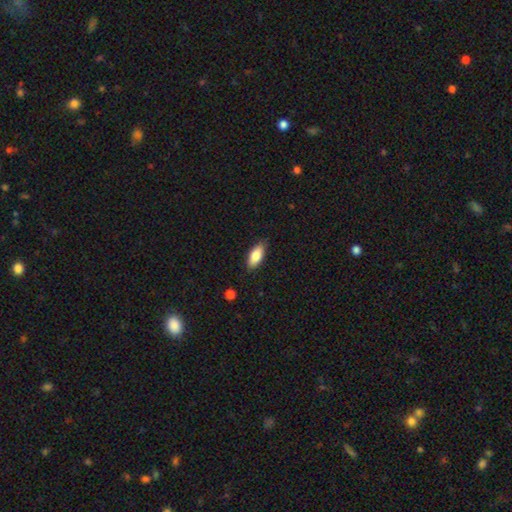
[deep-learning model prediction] A smooth galaxy with no disk features (82%) that is in between round and cigar-shaped (85%).

Vote fractions:
- Smooth or featured? smooth: 82% / featured or disk: 11% / star or artifact: 6%
- How rounded? in between: 85% / cigar-shaped: 13% / round: 2%
- Merging? none: 84% / minor disturbance: 12% / major disturbance: 2% / merger: 1%